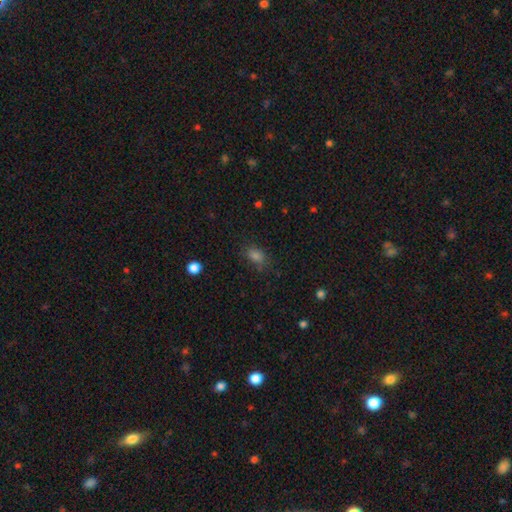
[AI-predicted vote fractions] A smooth galaxy with no disk features (78%) that is in between round and cigar-shaped (75%). Merging: none (77%).